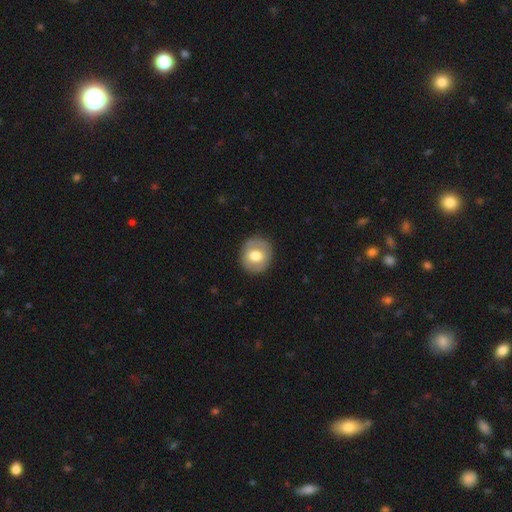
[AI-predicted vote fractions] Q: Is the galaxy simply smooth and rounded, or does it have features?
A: smooth — 66%.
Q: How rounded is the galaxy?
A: round — 79%.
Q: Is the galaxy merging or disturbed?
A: none — 88%.